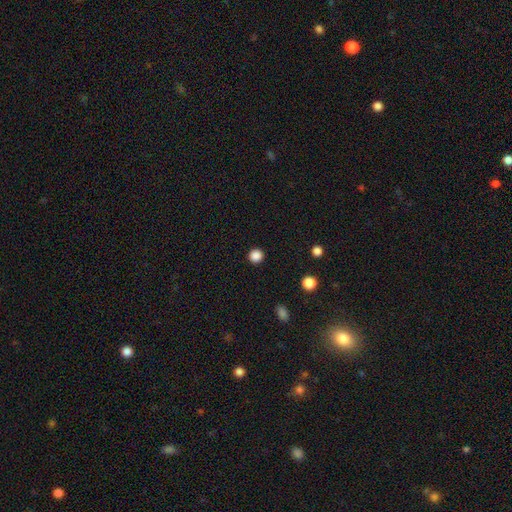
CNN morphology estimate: Overall: smooth (86%). How rounded: round (94%). Merging: none (92%).